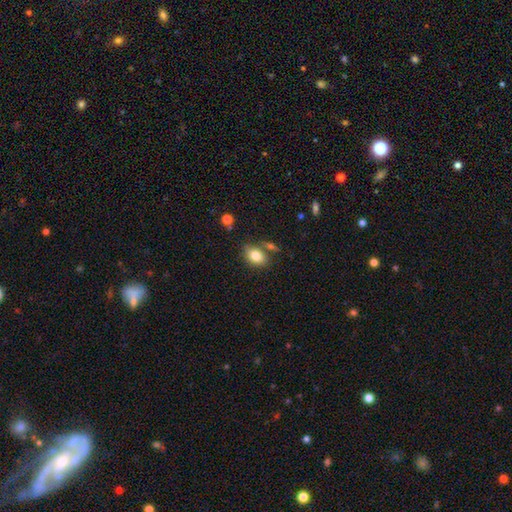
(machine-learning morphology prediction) Smooth or featured?
  - smooth: 81% *
  - featured or disk: 10%
  - star or artifact: 9%
How rounded?
  - in between: 77% *
  - round: 21%
  - cigar-shaped: 1%
Merging?
  - none: 67% *
  - minor disturbance: 15%
  - merger: 14%
  - major disturbance: 4%